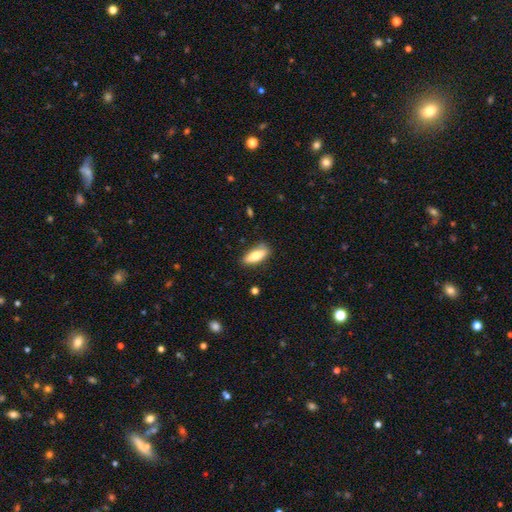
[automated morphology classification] A smooth galaxy with no disk features (75%) that is in between round and cigar-shaped (68%).

Vote fractions:
- Smooth or featured? smooth: 75% / featured or disk: 18% / star or artifact: 6%
- How rounded? in between: 68% / cigar-shaped: 30% / round: 2%
- Merging? none: 78% / minor disturbance: 16% / major disturbance: 3% / merger: 2%